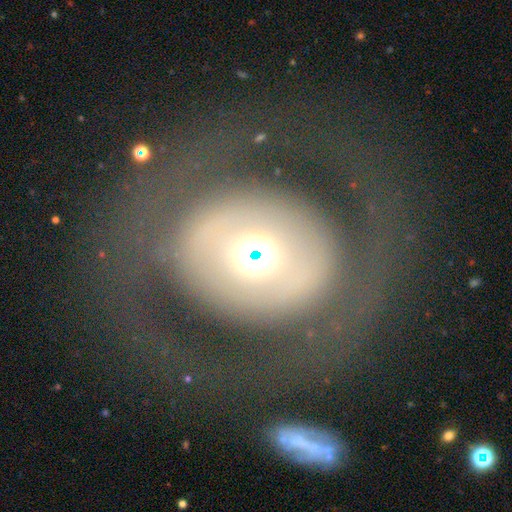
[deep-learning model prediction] featured or disk 50%, smooth 37%, star or artifact 13%. Down the decision tree: merging — none (54%).